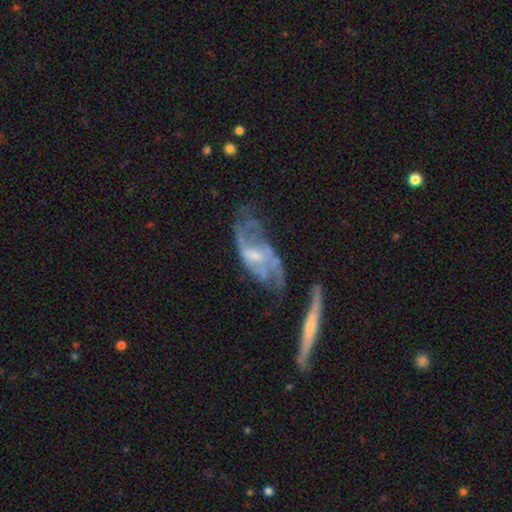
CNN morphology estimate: This appears to be a featured or disk galaxy (76%) with no bar (47%), 2 (45%) medium (40%) spiral arms (77%) and a small central bulge (50%). Merging: none (41%).